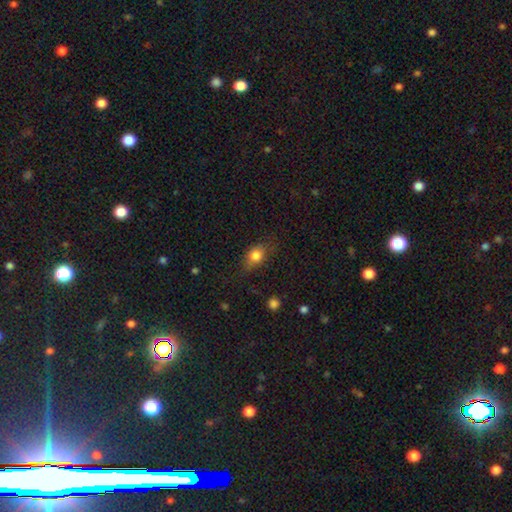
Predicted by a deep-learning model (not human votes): Smooth or featured? smooth (78%)
How rounded? in between (66%)
Merging? none (65%)